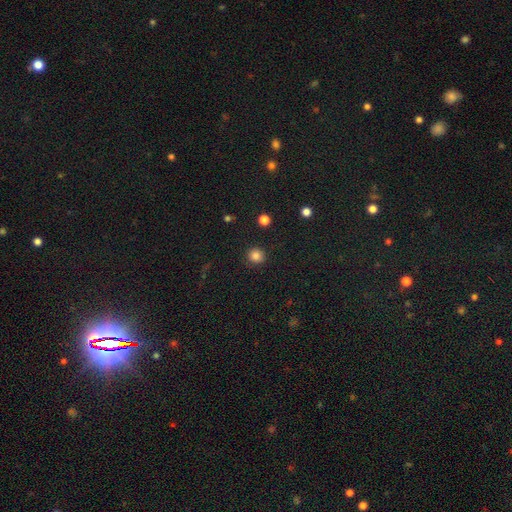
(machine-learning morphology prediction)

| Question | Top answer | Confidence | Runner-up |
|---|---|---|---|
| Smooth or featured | smooth | 84% | star or artifact (12%) |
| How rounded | round | 91% | in between (8%) |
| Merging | none | 91% | minor disturbance (6%) |